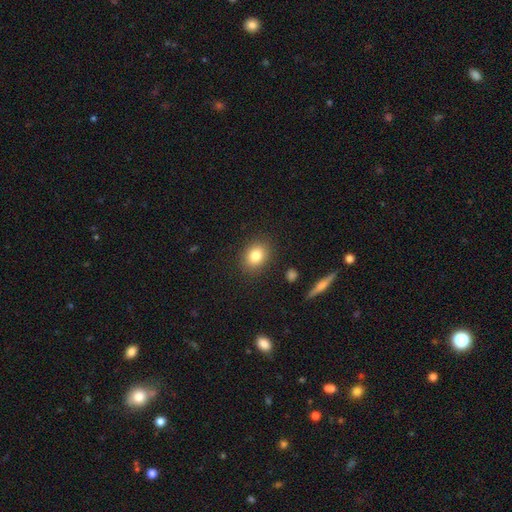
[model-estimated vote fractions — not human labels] This appears to be a smooth galaxy with no disk features (82%) that is in between round and cigar-shaped (53%). Merging: none (87%).